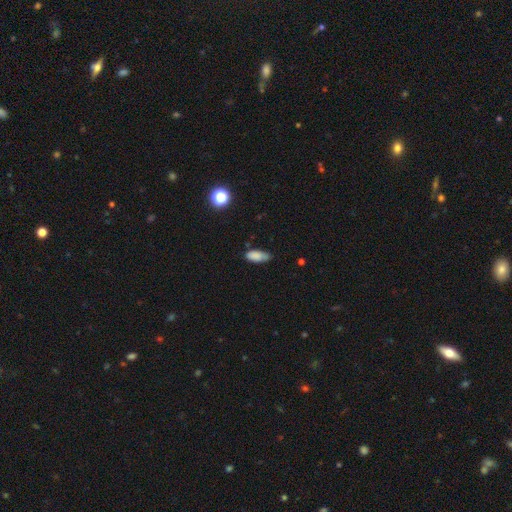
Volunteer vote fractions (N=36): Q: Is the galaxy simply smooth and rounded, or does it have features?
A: smooth — 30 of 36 (83%).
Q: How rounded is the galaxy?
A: in between — 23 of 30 (77%).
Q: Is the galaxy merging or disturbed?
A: none — 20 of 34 (59%).